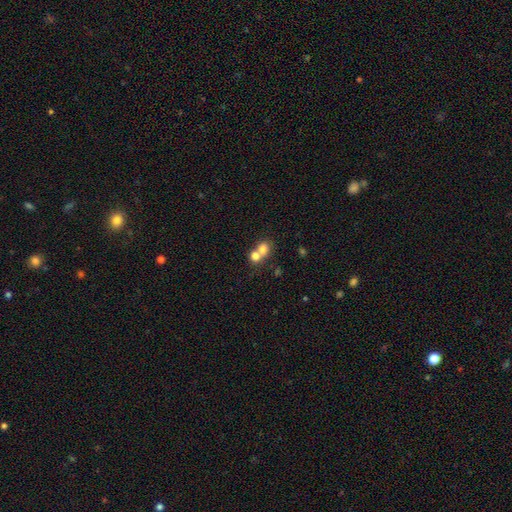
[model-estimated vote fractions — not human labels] Smooth or featured: smooth — 75% (featured or disk — 15%)
How rounded: round — 70% (in between — 29%)
Merging: merger — 68% (none — 25%)